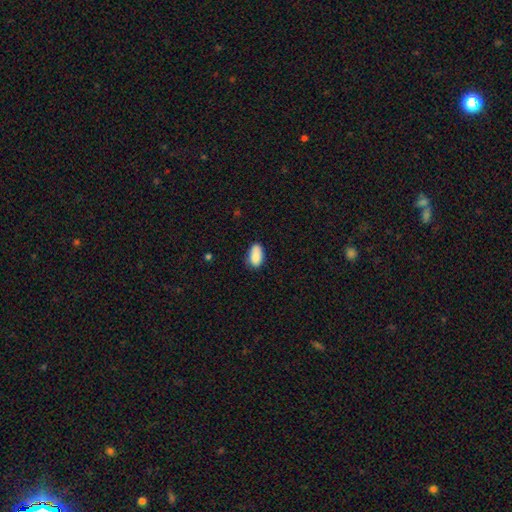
This is clearly a smooth galaxy (90%). How rounded: clearly in between (89%). Merging: likely none (72%).